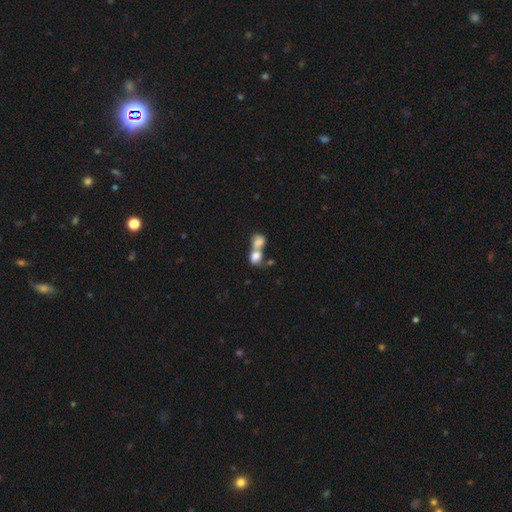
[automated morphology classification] Overall: smooth (77%). How rounded: in between (58%; round 40%). Merging: merger (76%).